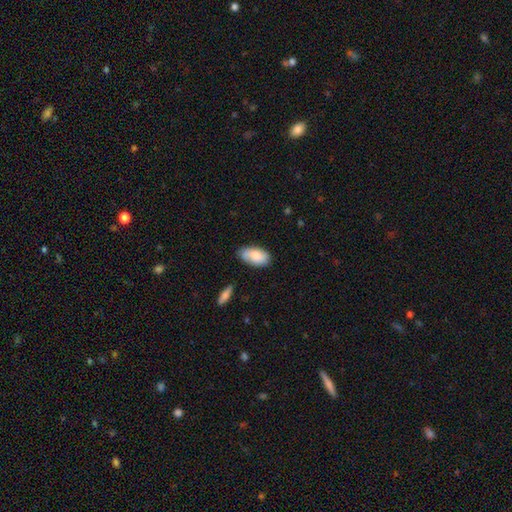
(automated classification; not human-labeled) smooth_or_featured: smooth (p=0.70) [alt: featured or disk p=0.23]
how_rounded: in between (p=0.93) [alt: round p=0.03]
merging: none (p=0.69) [alt: minor disturbance p=0.23]